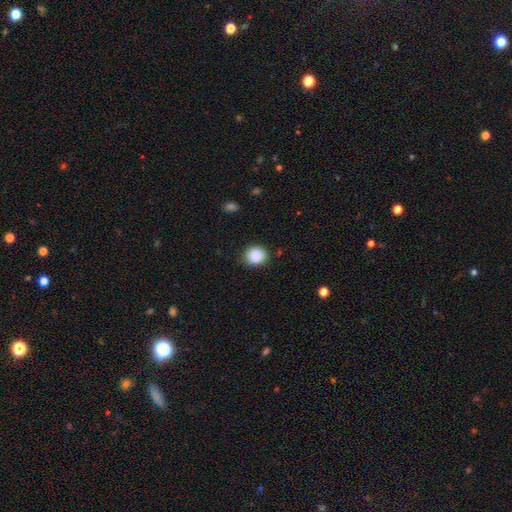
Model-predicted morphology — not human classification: A smooth galaxy with no disk features (87%) that is round (75%).

Vote fractions:
- Smooth or featured? smooth: 87% / star or artifact: 9% / featured or disk: 4%
- How rounded? round: 75% / in between: 24% / cigar-shaped: 1%
- Merging? none: 85% / minor disturbance: 11% / major disturbance: 2% / merger: 1%